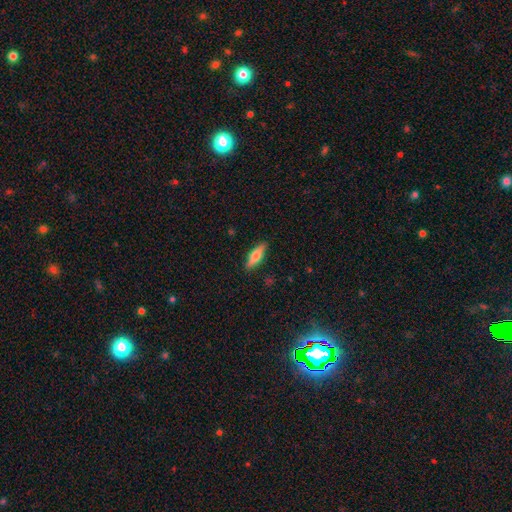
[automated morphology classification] Smooth or featured? smooth (62%)
How rounded? cigar-shaped (59%)
Merging? none (87%)